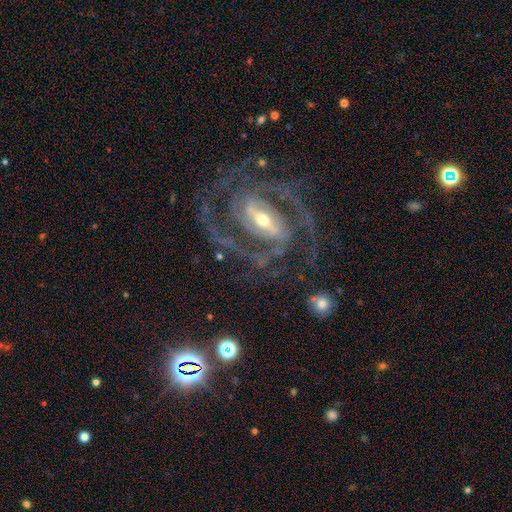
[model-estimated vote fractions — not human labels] featured or disk 91%, star or artifact 5%, smooth 3%. Down the decision tree: edge-on disk — no (96%); bar — strong (59%); spiral arms — yes (98%); spiral arm count — 2 (73%); spiral winding — tight (50%); bulge size — small (57%); merging — none (77%).